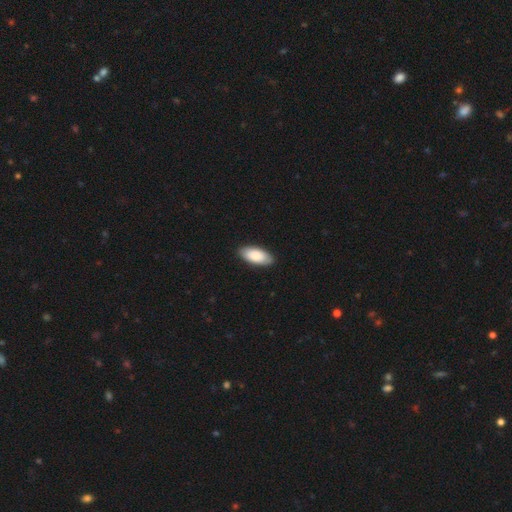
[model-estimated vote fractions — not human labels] Smooth or featured? Predicted: smooth (p=0.85). How rounded? Predicted: in between (p=0.91). Merging? Predicted: none (p=0.88).